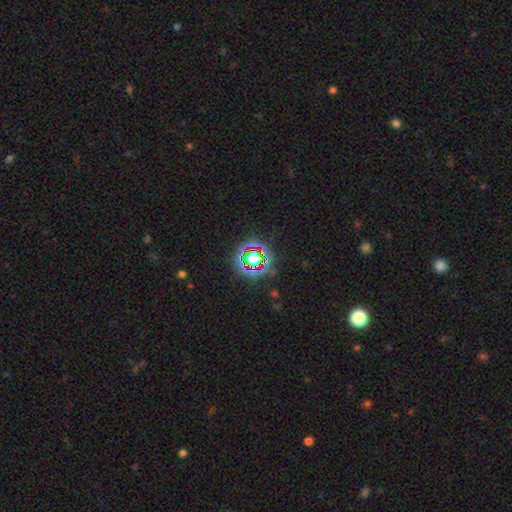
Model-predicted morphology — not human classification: Q: Smooth or featured?
A: star or artifact (67%); runner-up: smooth (22%)